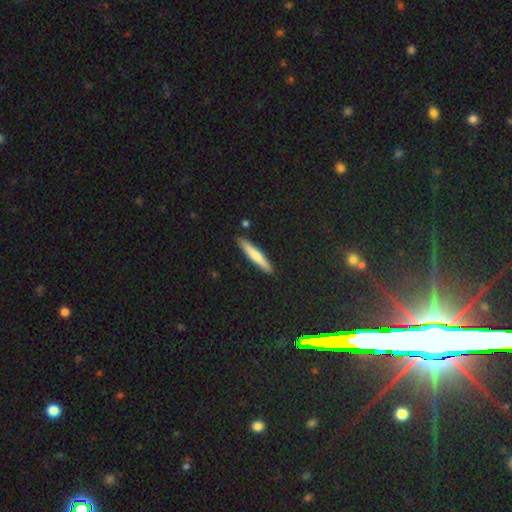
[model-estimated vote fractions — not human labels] Smooth or featured? smooth (67%)
How rounded? cigar-shaped (92%)
Merging? none (90%)